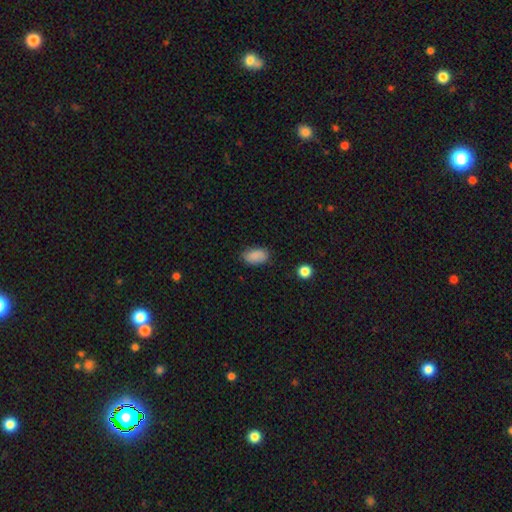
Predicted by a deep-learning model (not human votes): A smooth galaxy with no disk features (88%) that is in between round and cigar-shaped (92%).

Vote fractions:
- Smooth or featured? smooth: 88% / star or artifact: 8% / featured or disk: 3%
- How rounded? in between: 92% / round: 5% / cigar-shaped: 2%
- Merging? none: 82% / minor disturbance: 14% / major disturbance: 3% / merger: 1%